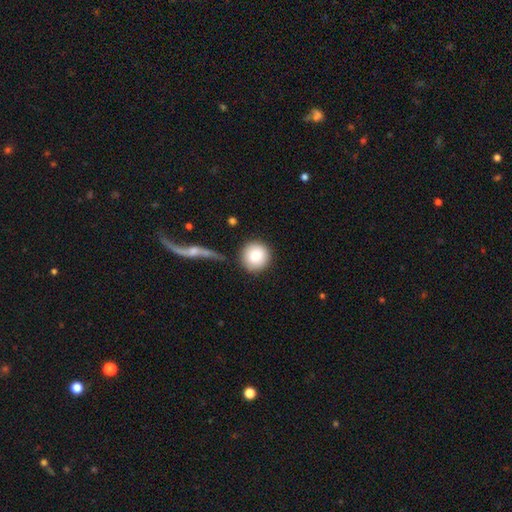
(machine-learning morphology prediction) type=smooth (84%); roundness=round (94%); merging=none (84%).